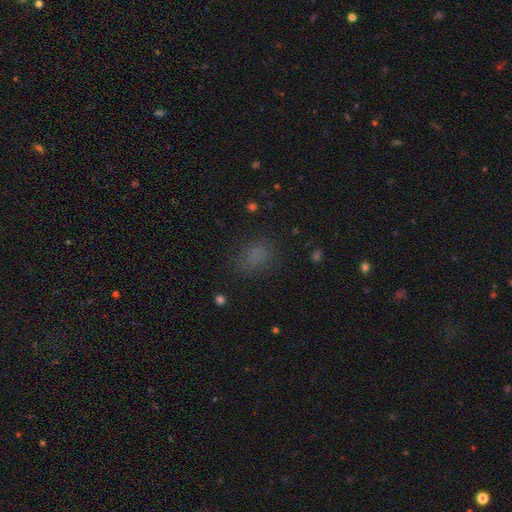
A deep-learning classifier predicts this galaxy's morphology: type=smooth (73%); roundness=in between (67%); merging=none (76%).